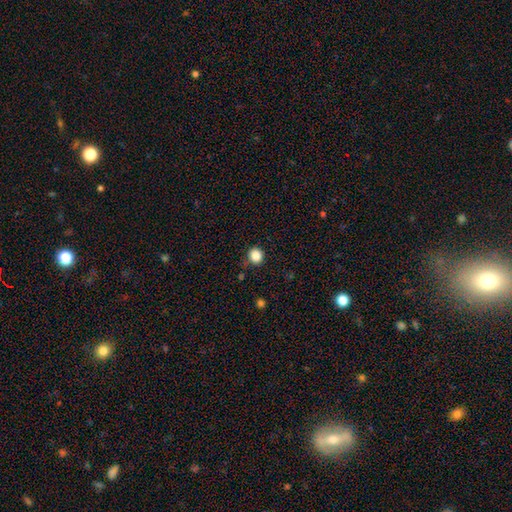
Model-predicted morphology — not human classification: Smooth or featured: smooth — 85% (star or artifact — 11%)
How rounded: round — 84% (in between — 15%)
Merging: none — 83% (minor disturbance — 12%)